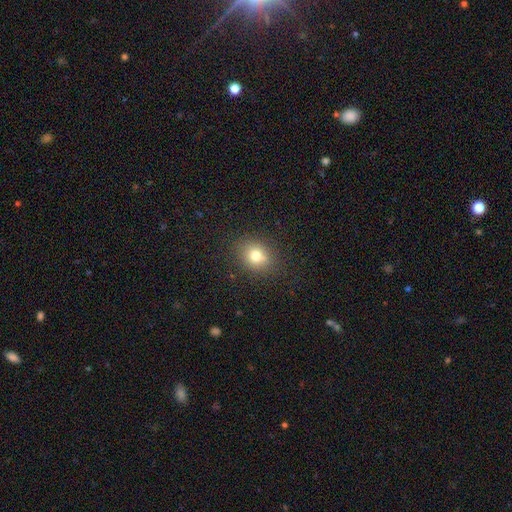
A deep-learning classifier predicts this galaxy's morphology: smooth 75%, star or artifact 14%, featured or disk 11%. Down the decision tree: how rounded — round (63%); merging — none (83%).